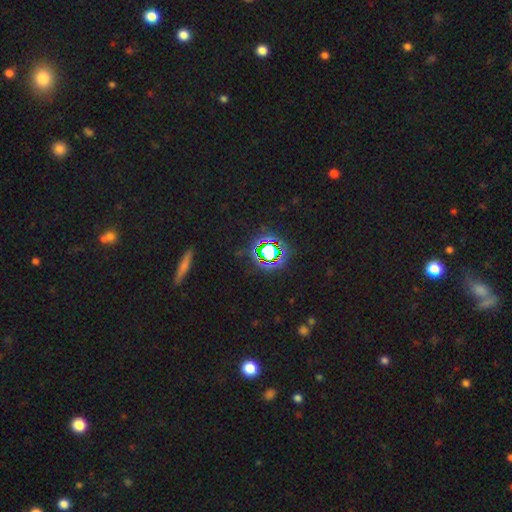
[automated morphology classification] star or artifact 70%, smooth 19%, featured or disk 12%.